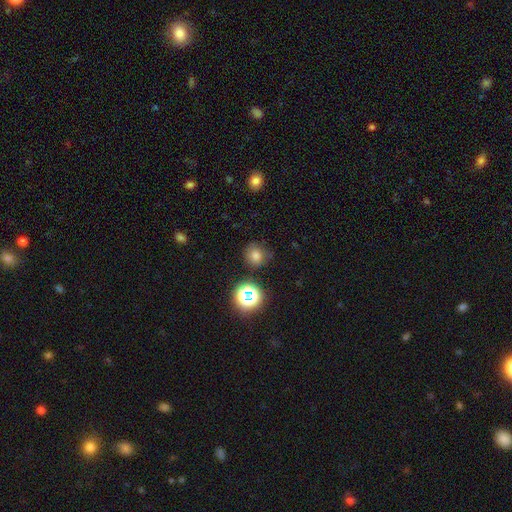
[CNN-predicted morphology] This appears to be a smooth galaxy with no disk features (72%) that is round (87%). Merging: none (75%).